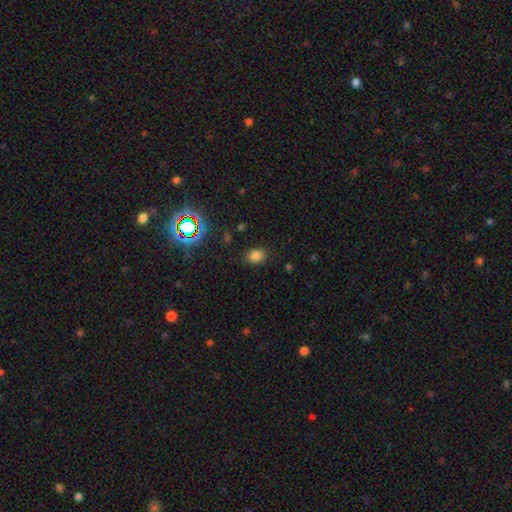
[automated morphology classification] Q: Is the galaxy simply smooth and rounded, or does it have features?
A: smooth — 77%.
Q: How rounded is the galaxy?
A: in between — 57%.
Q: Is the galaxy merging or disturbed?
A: none — 84%.